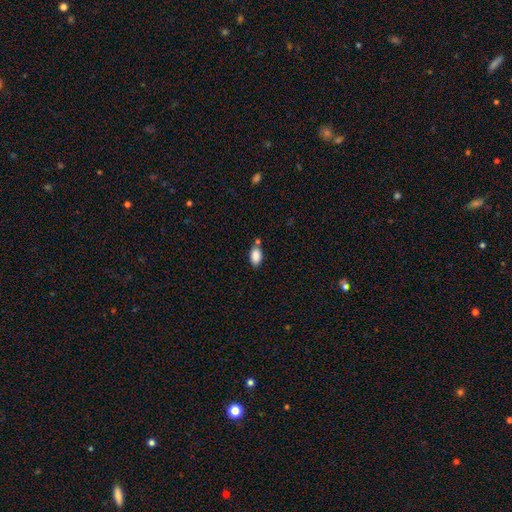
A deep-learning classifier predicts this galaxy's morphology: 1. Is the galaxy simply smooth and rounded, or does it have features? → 88% smooth, 8% star or artifact, 5% featured or disk.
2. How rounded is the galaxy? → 93% in between, 5% round, 3% cigar-shaped.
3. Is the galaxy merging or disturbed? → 67% none, 15% minor disturbance, 14% merger, 4% major disturbance.